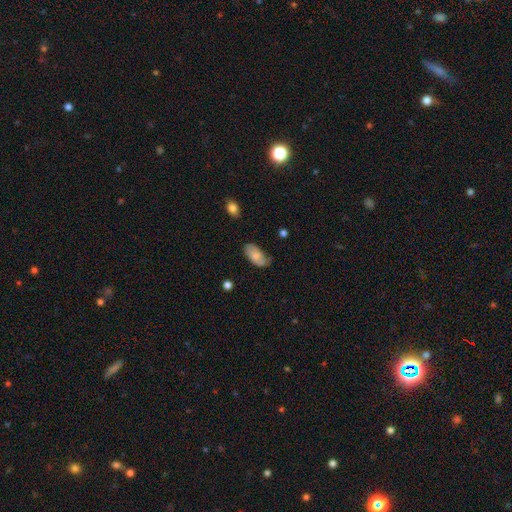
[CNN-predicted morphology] smooth 64%, featured or disk 29%, star or artifact 7%. Down the decision tree: how rounded — in between (93%); merging — none (65%).